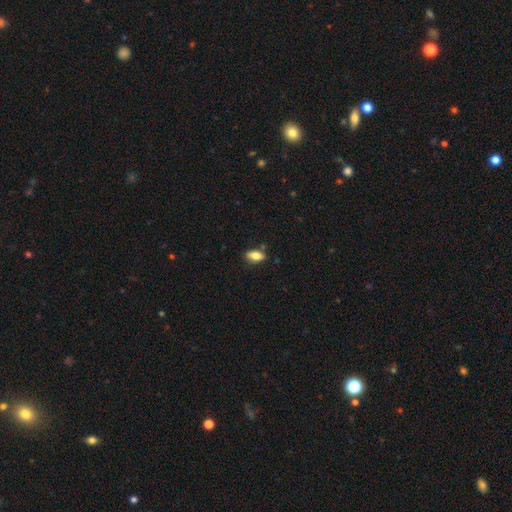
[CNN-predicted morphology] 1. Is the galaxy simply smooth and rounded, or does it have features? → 78% smooth, 15% featured or disk, 7% star or artifact.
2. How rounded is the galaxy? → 85% in between, 12% cigar-shaped, 4% round.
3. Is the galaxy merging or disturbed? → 83% none, 12% minor disturbance, 2% merger, 2% major disturbance.